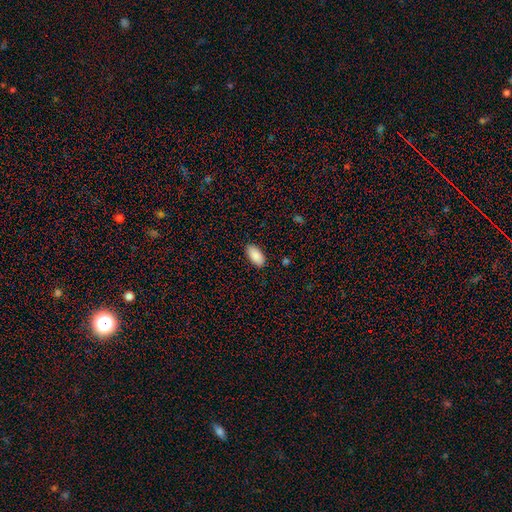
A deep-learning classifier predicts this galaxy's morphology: A smooth galaxy with no disk features (90%) that is in between round and cigar-shaped (94%). Merging: none (87%).